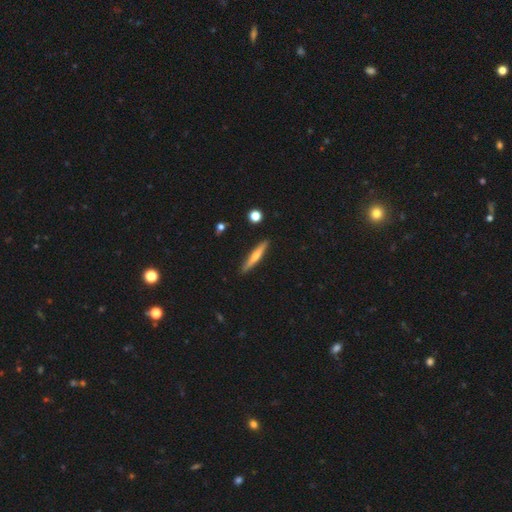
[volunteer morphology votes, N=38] Volunteers were most divided on "smooth or featured": featured or disk: 63%, smooth: 29%, star or artifact: 8%. More confident: edge-on disk — yes (100%); merging — none (86%); edge-on bulge — rounded (67%).